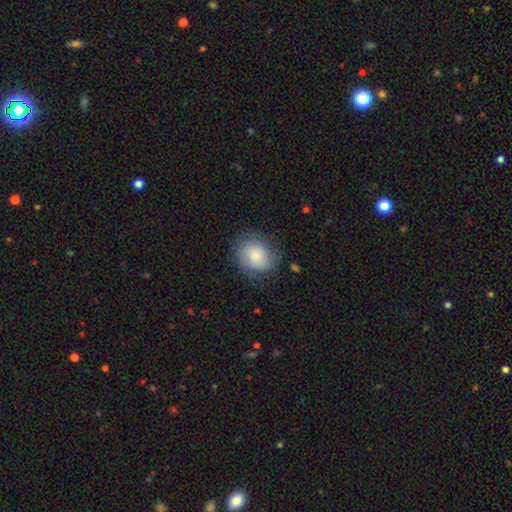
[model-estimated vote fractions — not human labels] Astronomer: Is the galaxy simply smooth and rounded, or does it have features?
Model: smooth — 69%.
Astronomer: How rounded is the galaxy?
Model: round — 71%.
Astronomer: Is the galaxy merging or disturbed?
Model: none — 65%.